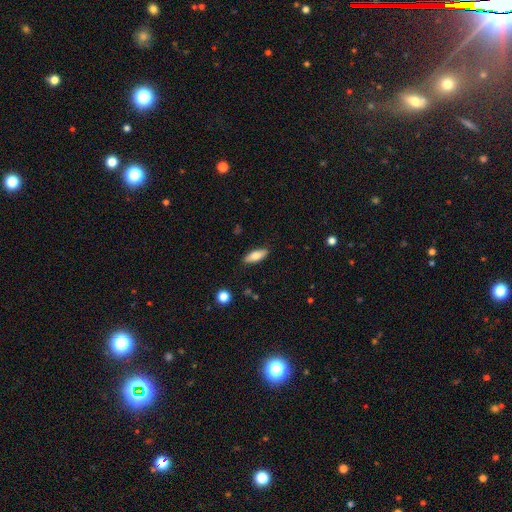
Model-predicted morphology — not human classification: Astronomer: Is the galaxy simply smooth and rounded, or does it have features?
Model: smooth — 75%.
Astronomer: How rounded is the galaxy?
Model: in between — 68%.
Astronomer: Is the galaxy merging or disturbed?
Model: none — 87%.